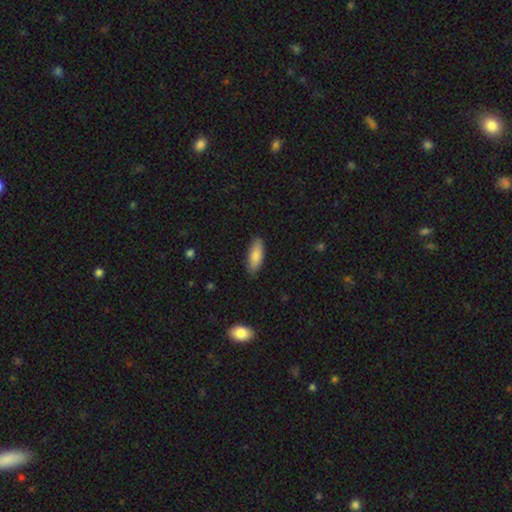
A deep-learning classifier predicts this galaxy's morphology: The model was most divided on "how rounded": in between: 72%, cigar-shaped: 26%, round: 2%. More confident: merging — none (87%); smooth or featured — smooth (85%).